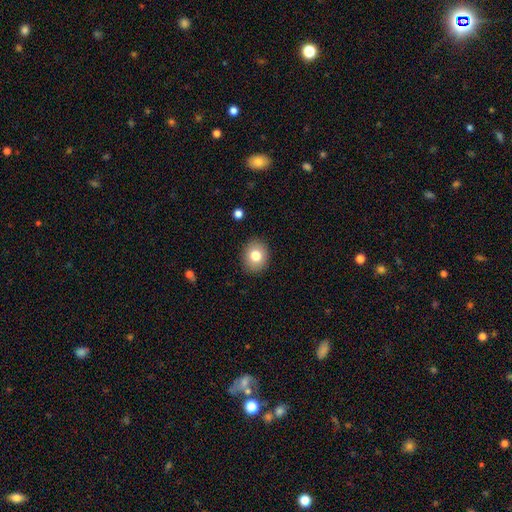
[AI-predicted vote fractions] A smooth galaxy with no disk features (79%) that is round (64%). Merging: none (90%).